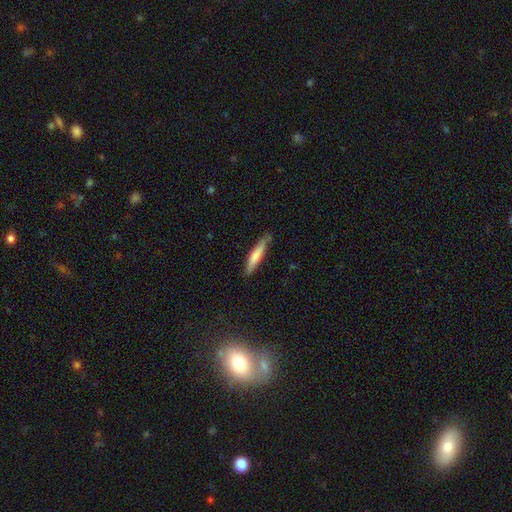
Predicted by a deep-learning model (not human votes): Smooth or featured?
  - smooth: 72% *
  - featured or disk: 22%
  - star or artifact: 6%
How rounded?
  - cigar-shaped: 89% *
  - in between: 10%
  - round: 1%
Merging?
  - none: 78% *
  - minor disturbance: 17%
  - major disturbance: 3%
  - merger: 2%